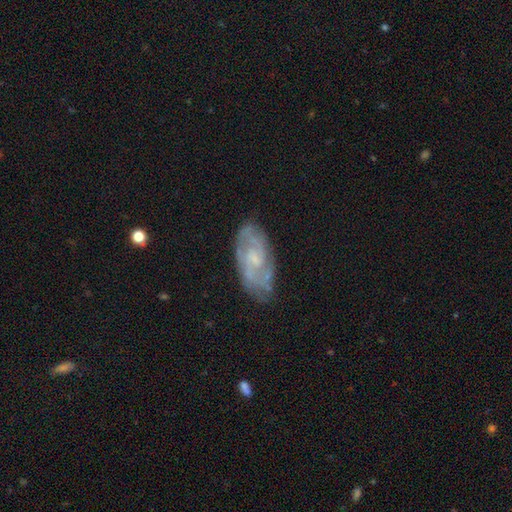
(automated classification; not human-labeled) Q: Smooth or featured?
A: featured or disk (63%); runner-up: smooth (26%)
Q: Edge-on disk?
A: no (89%); runner-up: yes (11%)
Q: Bar?
A: no (72%); runner-up: weak (24%)
Q: Spiral arms?
A: yes (69%); runner-up: no (31%)
Q: Bulge size?
A: small (45%); runner-up: moderate (39%)
Q: Merging?
A: none (76%); runner-up: minor disturbance (16%)